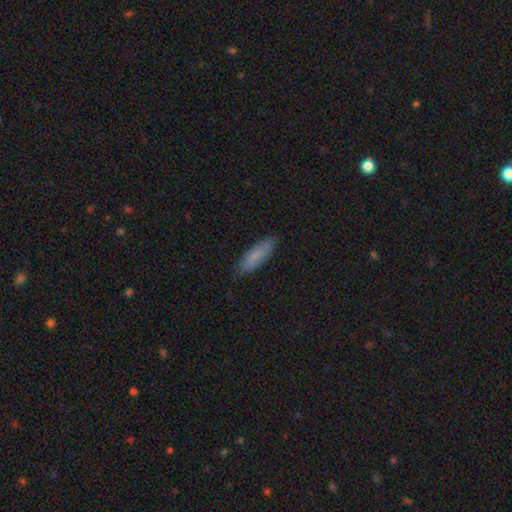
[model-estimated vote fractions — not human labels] smooth-or-featured: smooth: 81% | featured or disk: 13% | star or artifact: 6%
  how-rounded: cigar-shaped: 61% | in between: 38% | round: 2%
  merging: none: 85% | minor disturbance: 12% | major disturbance: 2% | merger: 1%